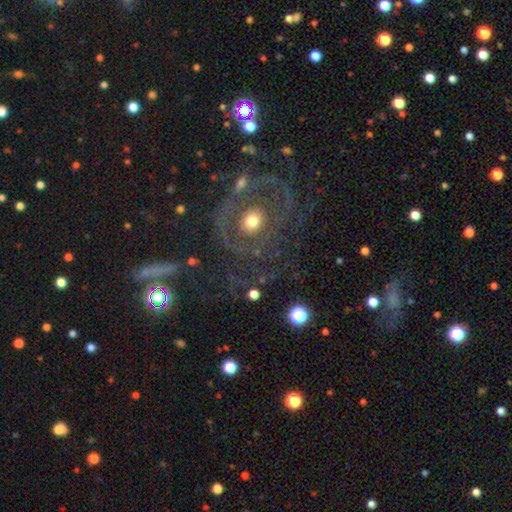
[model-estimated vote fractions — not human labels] A featured or disk galaxy (53%) with no bar (78%), spiral arms (52%) and a moderate central bulge (60%).

Vote fractions:
- Smooth or featured? featured or disk: 53% / smooth: 23% / star or artifact: 23%
- Edge-on disk? no: 94% / yes: 6%
- Bar? no: 78% / weak: 16% / strong: 6%
- Spiral arms? yes: 52% / no: 48%
- Bulge size? moderate: 60% / small: 27% / large: 8% / dominant: 3% / none: 2%
- Merging? none: 71% / minor disturbance: 13% / major disturbance: 11% / merger: 5%